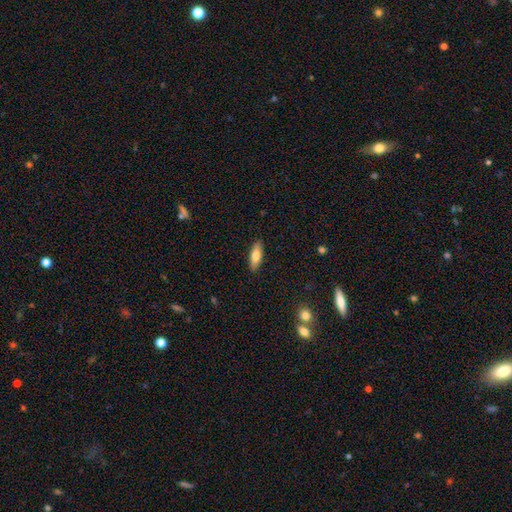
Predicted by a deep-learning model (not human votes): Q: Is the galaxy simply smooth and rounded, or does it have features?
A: smooth — 76%.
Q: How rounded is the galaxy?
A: in between — 63%.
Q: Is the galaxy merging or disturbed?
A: none — 89%.